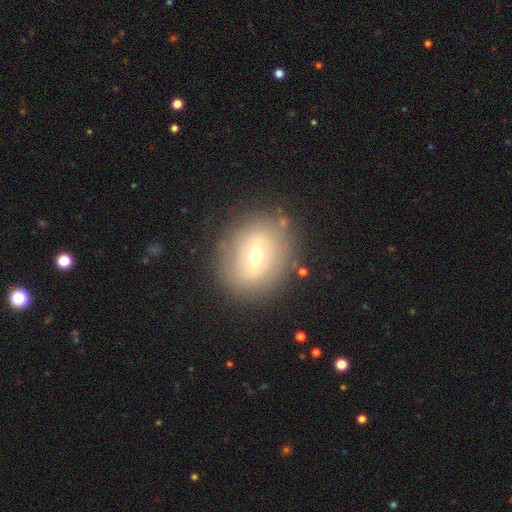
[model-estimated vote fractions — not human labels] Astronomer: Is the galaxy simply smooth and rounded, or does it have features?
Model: smooth — 49% (runner-up: featured or disk, 40%).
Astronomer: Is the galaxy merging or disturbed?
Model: none — 81%.